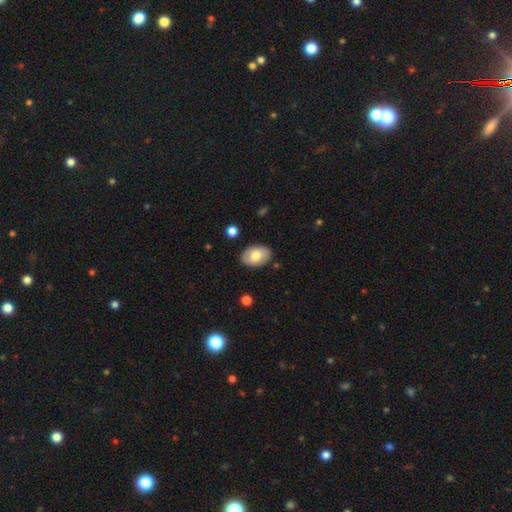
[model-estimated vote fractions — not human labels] Q: Smooth or featured?
A: smooth (73%); runner-up: featured or disk (20%)
Q: How rounded?
A: in between (86%); runner-up: round (13%)
Q: Merging?
A: none (85%); runner-up: minor disturbance (11%)